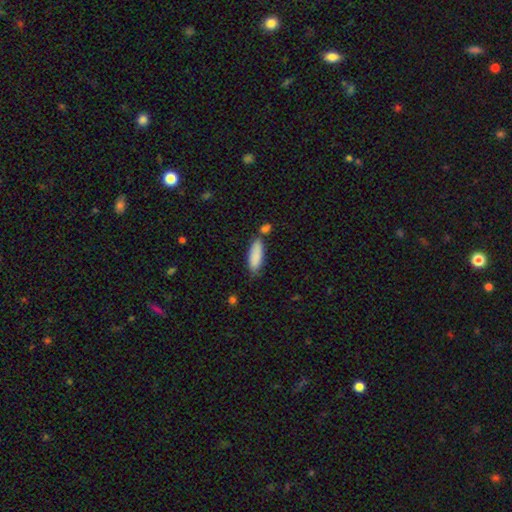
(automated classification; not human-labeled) This is clearly a smooth galaxy (87%). How rounded: possibly in between (59%). Merging: likely none (64%).